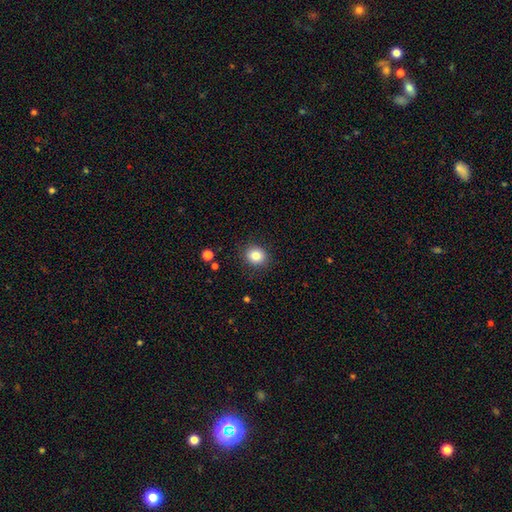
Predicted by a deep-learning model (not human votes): smooth-or-featured: smooth: 84% | star or artifact: 10% | featured or disk: 6%
  how-rounded: round: 77% | in between: 22% | cigar-shaped: 1%
  merging: none: 88% | minor disturbance: 8% | major disturbance: 2% | merger: 1%